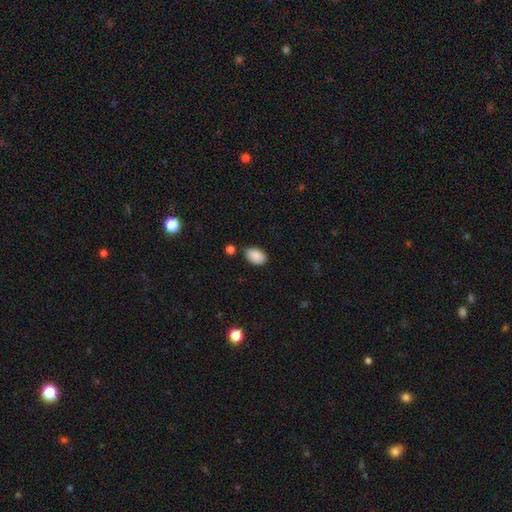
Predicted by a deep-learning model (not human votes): Smooth or featured?
  - smooth: 88% *
  - star or artifact: 8%
  - featured or disk: 4%
How rounded?
  - in between: 89% *
  - round: 10%
  - cigar-shaped: 1%
Merging?
  - none: 74% *
  - minor disturbance: 16%
  - merger: 6%
  - major disturbance: 3%